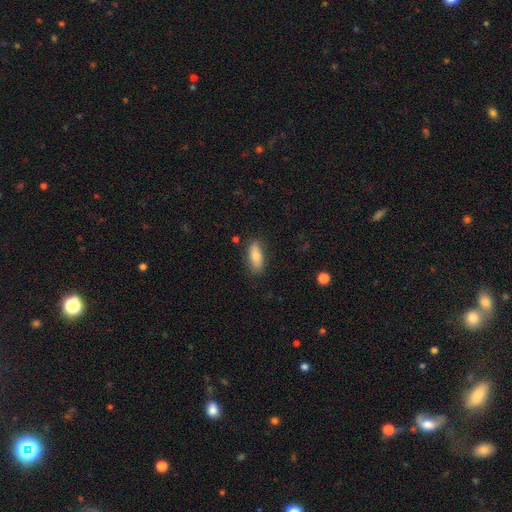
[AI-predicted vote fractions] The model was most divided on "how rounded": in between: 76%, cigar-shaped: 21%, round: 3%. More confident: merging — none (82%); smooth or featured — smooth (76%).